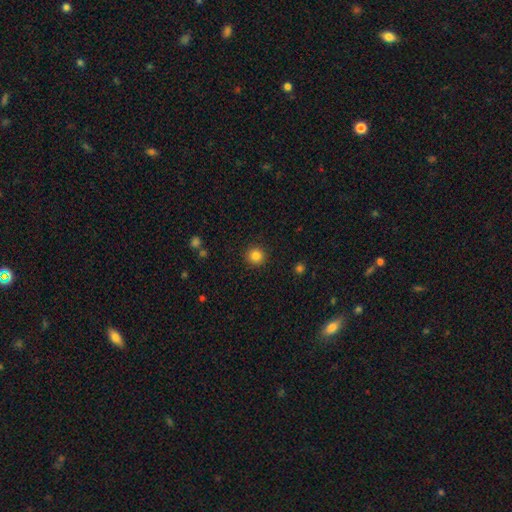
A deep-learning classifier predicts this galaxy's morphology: Smooth or featured: smooth — 84% (star or artifact — 11%)
How rounded: round — 94% (in between — 5%)
Merging: none — 91% (minor disturbance — 6%)